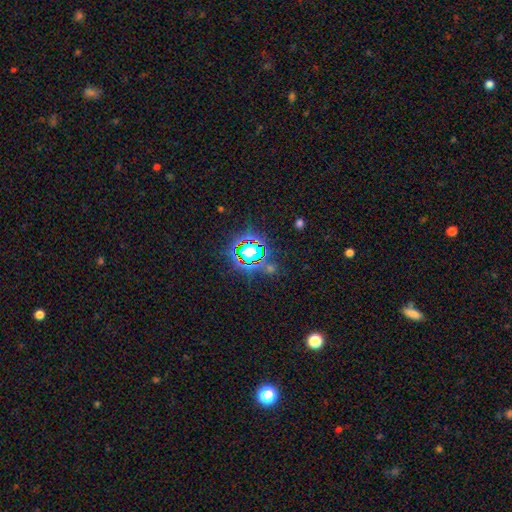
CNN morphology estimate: A star or artifact, not a galaxy (80%).

Vote fractions:
- Smooth or featured? star or artifact: 80% / smooth: 13% / featured or disk: 7%